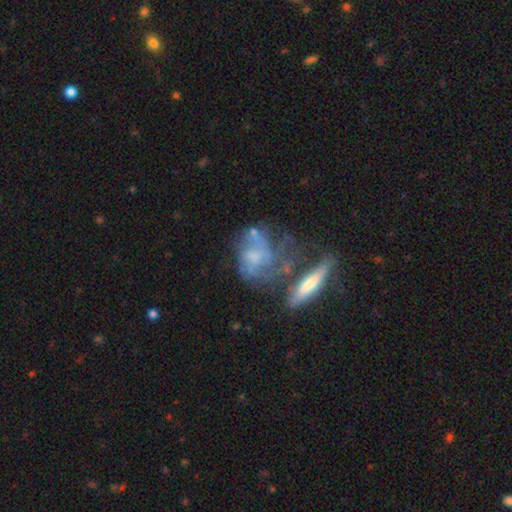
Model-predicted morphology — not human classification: This is likely a featured or disk galaxy (67%). It is clearly not viewed edge-on (92%). Bar: likely no (69%). Spiral arm pattern: likely yes (71%). Central bulge: marginally none (37%). Merging: marginally none (36%).